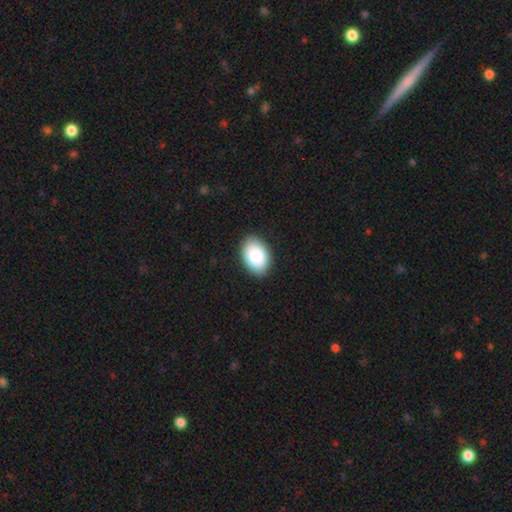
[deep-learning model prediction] smooth-or-featured: smooth: 88% | featured or disk: 6% | star or artifact: 6%
  how-rounded: in between: 88% | round: 11% | cigar-shaped: 1%
  merging: none: 87% | minor disturbance: 10% | major disturbance: 2% | merger: 1%